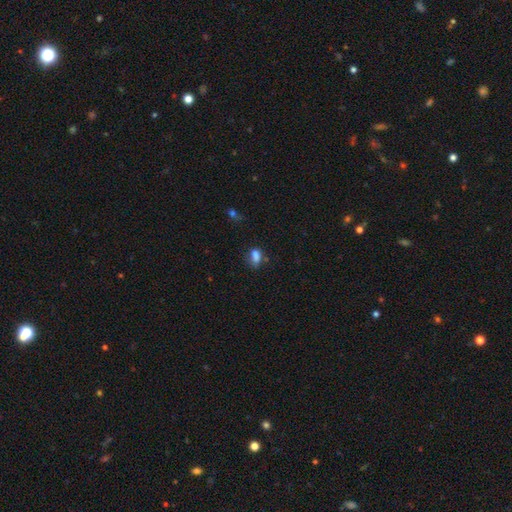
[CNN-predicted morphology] This is likely a smooth galaxy (78%). How rounded: likely in between (76%). Merging: possibly none (48%).